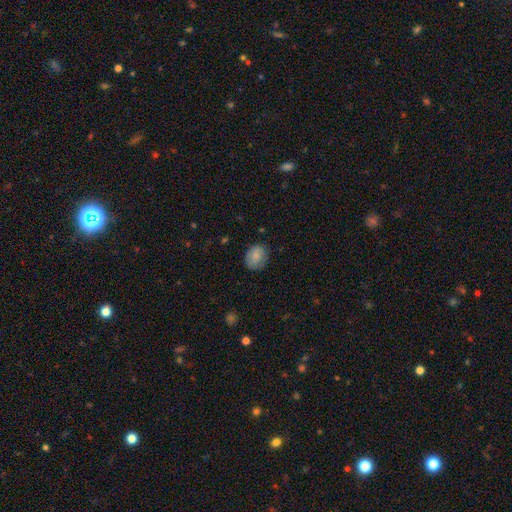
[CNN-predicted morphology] The model was most divided on "how rounded": round: 51%, in between: 48%, cigar-shaped: 1%. More confident: smooth or featured — smooth (84%); merging — none (78%).